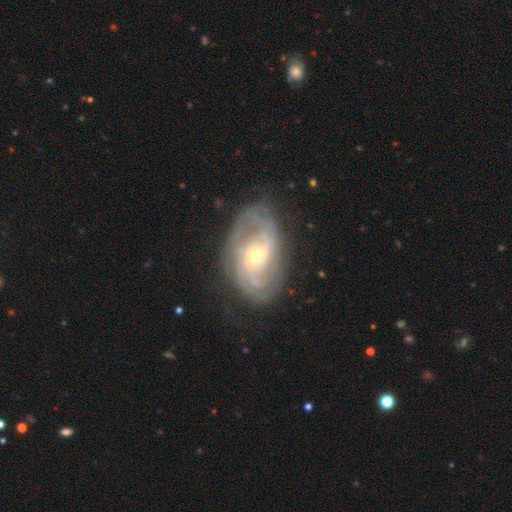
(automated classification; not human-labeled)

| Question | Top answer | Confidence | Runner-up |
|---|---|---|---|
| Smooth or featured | featured or disk | 84% | smooth (9%) |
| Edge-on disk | no | 96% | yes (4%) |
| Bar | no | 51% | weak (37%) |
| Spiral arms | yes | 94% | no (6%) |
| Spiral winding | tight | 49% | medium (38%) |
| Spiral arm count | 2 | 41% | can't tell (28%) |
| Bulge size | small | 54% | moderate (42%) |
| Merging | none | 72% | minor disturbance (18%) |